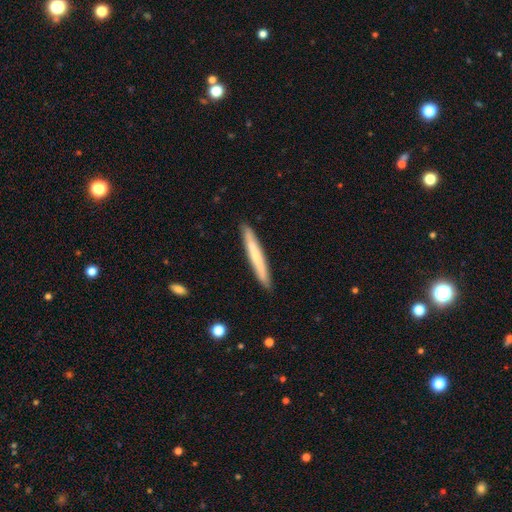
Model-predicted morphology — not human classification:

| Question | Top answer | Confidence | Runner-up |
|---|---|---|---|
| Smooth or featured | smooth | 55% | featured or disk (39%) |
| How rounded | cigar-shaped | 96% | in between (3%) |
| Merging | none | 90% | minor disturbance (8%) |